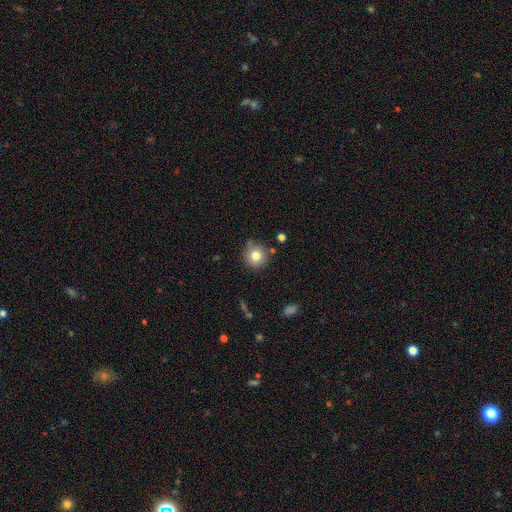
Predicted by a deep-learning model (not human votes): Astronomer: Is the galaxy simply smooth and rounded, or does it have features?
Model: smooth — 79%.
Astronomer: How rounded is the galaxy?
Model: round — 92%.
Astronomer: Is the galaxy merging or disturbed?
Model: none — 77%.